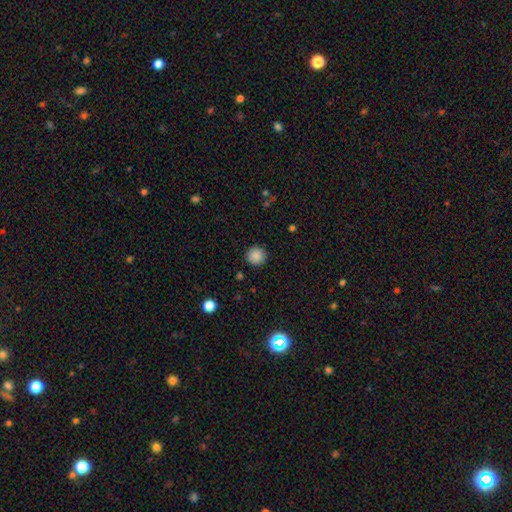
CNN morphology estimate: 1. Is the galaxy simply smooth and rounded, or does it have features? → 87% smooth, 10% star or artifact, 3% featured or disk.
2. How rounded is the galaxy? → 94% round, 5% in between, 1% cigar-shaped.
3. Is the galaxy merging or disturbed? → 91% none, 6% minor disturbance, 2% major disturbance, 1% merger.